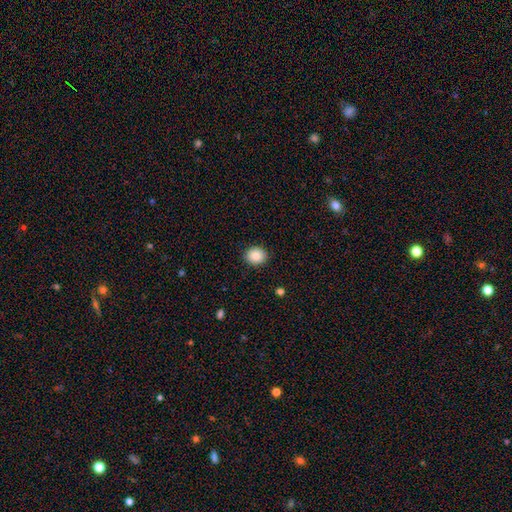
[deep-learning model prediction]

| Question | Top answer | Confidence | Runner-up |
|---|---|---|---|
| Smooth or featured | smooth | 87% | star or artifact (8%) |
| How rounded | round | 64% | in between (35%) |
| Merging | none | 90% | minor disturbance (7%) |